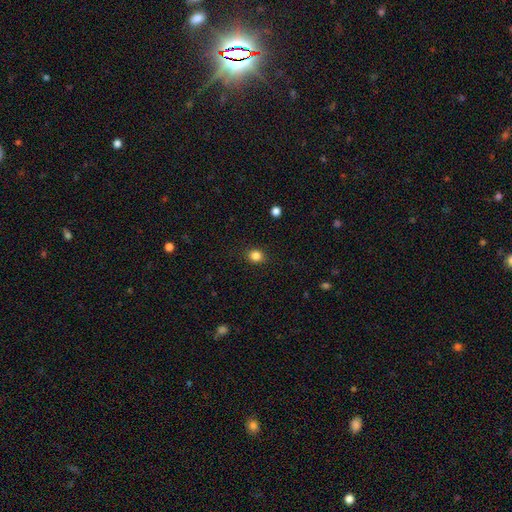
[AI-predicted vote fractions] smooth-or-featured: smooth: 84% | star or artifact: 12% | featured or disk: 4%
  how-rounded: round: 71% | in between: 28% | cigar-shaped: 1%
  merging: none: 89% | minor disturbance: 7% | major disturbance: 2% | merger: 1%